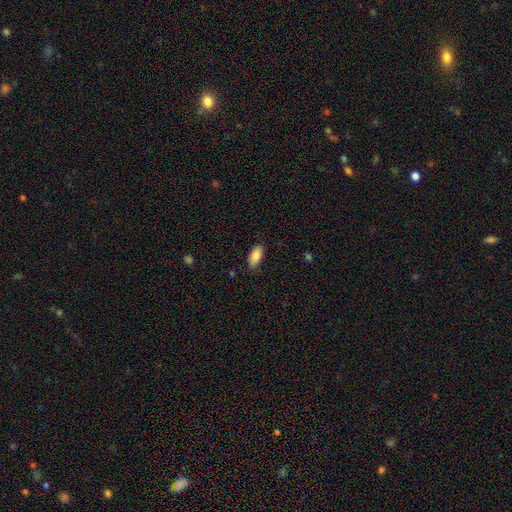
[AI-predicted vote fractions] Smooth or featured?
  - smooth: 89% *
  - star or artifact: 6%
  - featured or disk: 5%
How rounded?
  - in between: 91% *
  - cigar-shaped: 7%
  - round: 2%
Merging?
  - none: 85% *
  - minor disturbance: 12%
  - major disturbance: 3%
  - merger: 1%